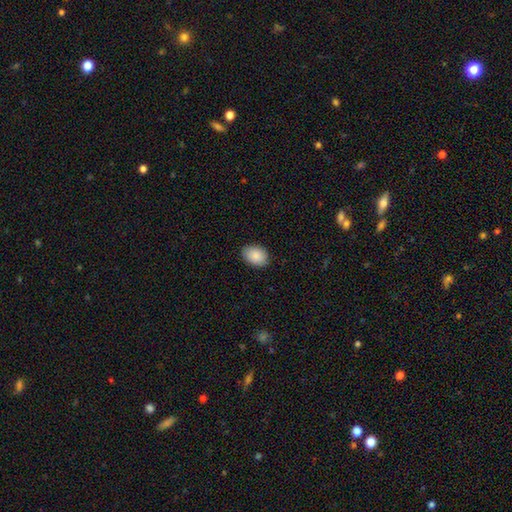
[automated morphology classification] smooth-or-featured: smooth: 89% | star or artifact: 7% | featured or disk: 5%
  how-rounded: in between: 81% | round: 18% | cigar-shaped: 1%
  merging: none: 87% | minor disturbance: 10% | major disturbance: 2% | merger: 1%